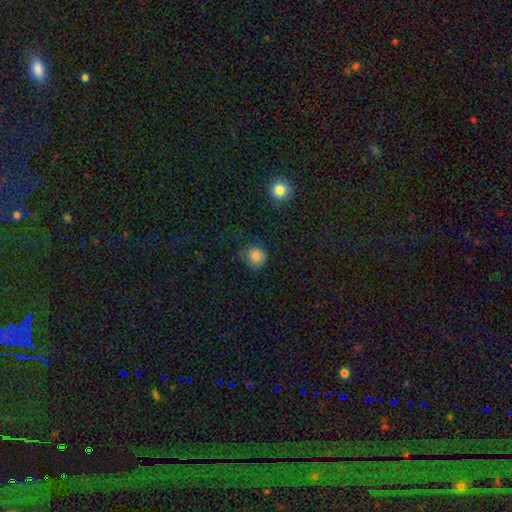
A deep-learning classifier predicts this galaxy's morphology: smooth 83%, star or artifact 11%, featured or disk 6%. Down the decision tree: how rounded — round (90%); merging — none (74%).